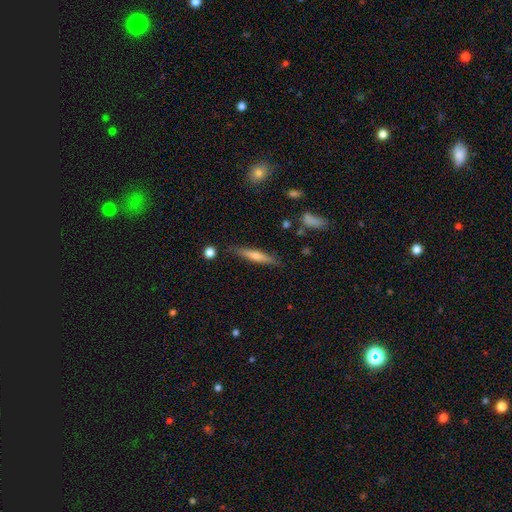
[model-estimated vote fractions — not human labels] smooth 47%, featured or disk 46%, star or artifact 7%. Down the decision tree: merging — none (87%).